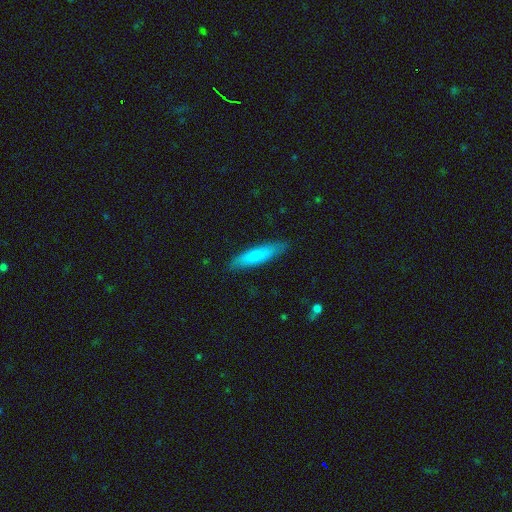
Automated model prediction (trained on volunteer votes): Morphology: type=smooth (74%); roundness=cigar-shaped (78%); merging=none (86%).